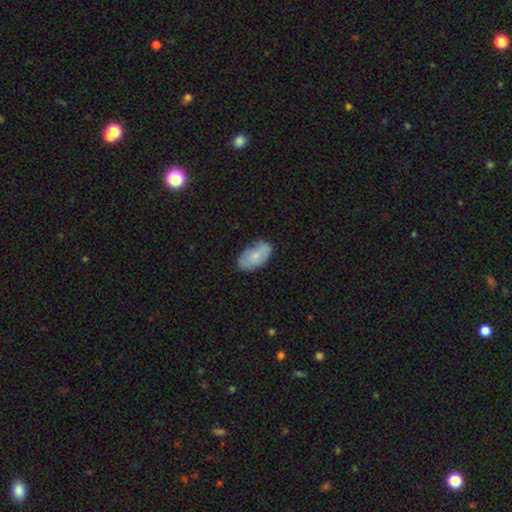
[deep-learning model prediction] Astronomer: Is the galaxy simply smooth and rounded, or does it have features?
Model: smooth — 70%.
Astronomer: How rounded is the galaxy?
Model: in between — 94%.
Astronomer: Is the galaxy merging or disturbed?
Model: none — 73%.